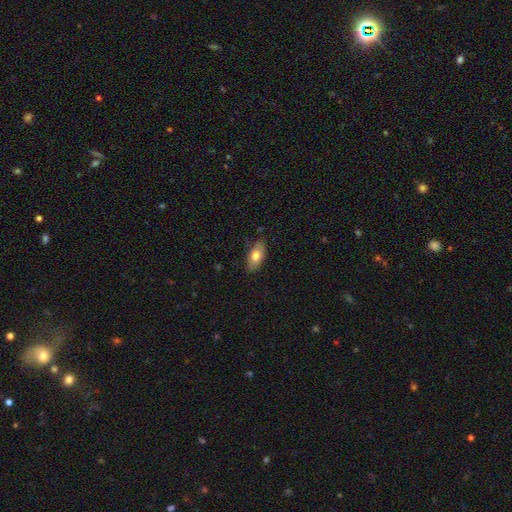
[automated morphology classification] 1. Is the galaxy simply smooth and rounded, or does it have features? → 74% smooth, 19% featured or disk, 7% star or artifact.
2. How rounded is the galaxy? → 89% in between, 8% cigar-shaped, 4% round.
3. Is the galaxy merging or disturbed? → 82% none, 14% minor disturbance, 3% major disturbance, 1% merger.